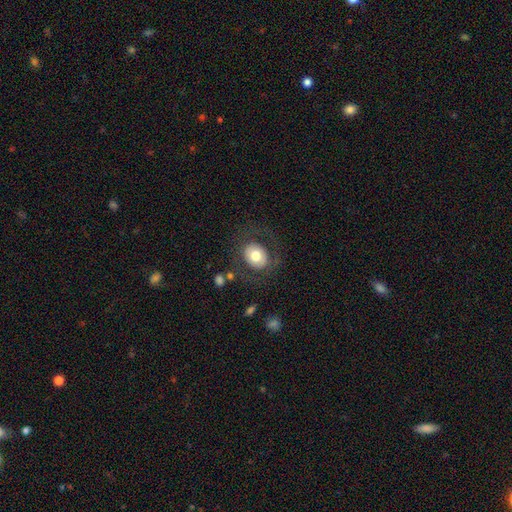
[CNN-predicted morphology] smooth 68%, featured or disk 24%, star or artifact 8%. Down the decision tree: how rounded — round (58%); merging — none (76%).